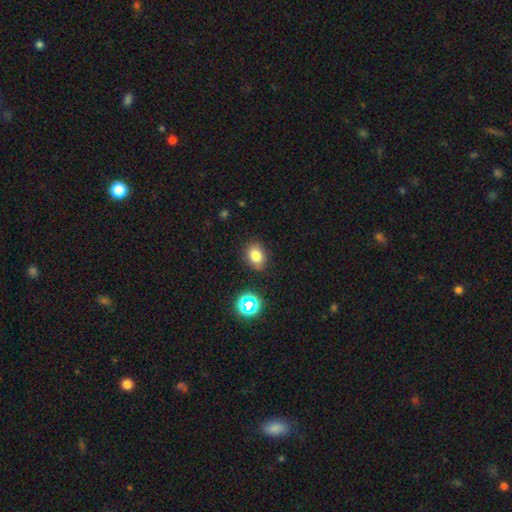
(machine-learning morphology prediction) Q: Smooth or featured?
A: smooth (78%); runner-up: star or artifact (15%)
Q: How rounded?
A: in between (60%); runner-up: round (39%)
Q: Merging?
A: none (81%); runner-up: minor disturbance (14%)